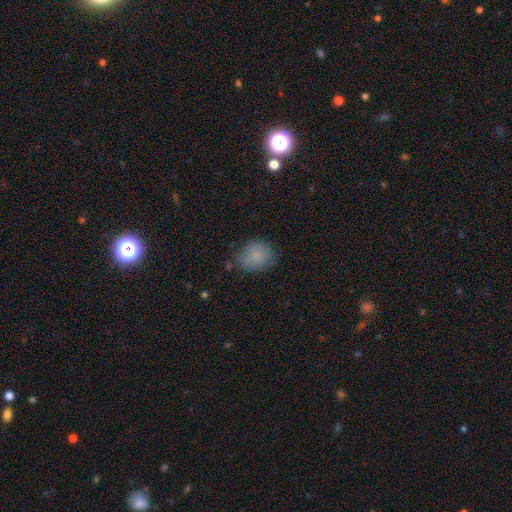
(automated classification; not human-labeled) Q: Smooth or featured?
A: smooth (83%); runner-up: star or artifact (9%)
Q: How rounded?
A: round (61%); runner-up: in between (38%)
Q: Merging?
A: none (69%); runner-up: minor disturbance (23%)